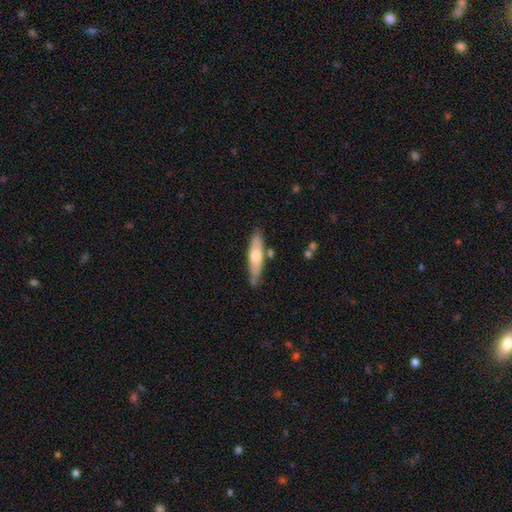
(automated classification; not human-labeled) Overall: smooth (59%; featured or disk 36%). How rounded: cigar-shaped (72%). Merging: none (76%).